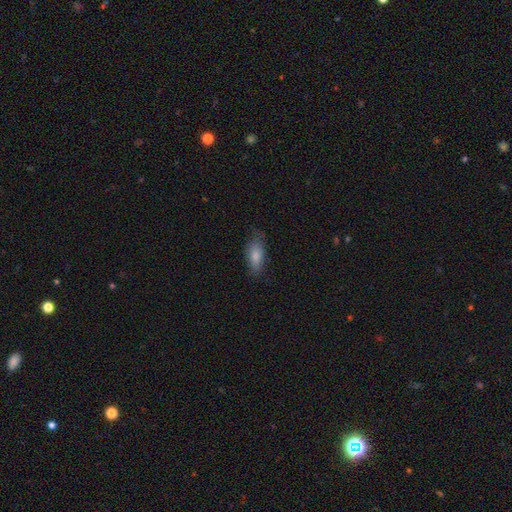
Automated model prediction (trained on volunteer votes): This appears to be a smooth galaxy with no disk features (81%) that is in between round and cigar-shaped (85%). Merging: none (65%).